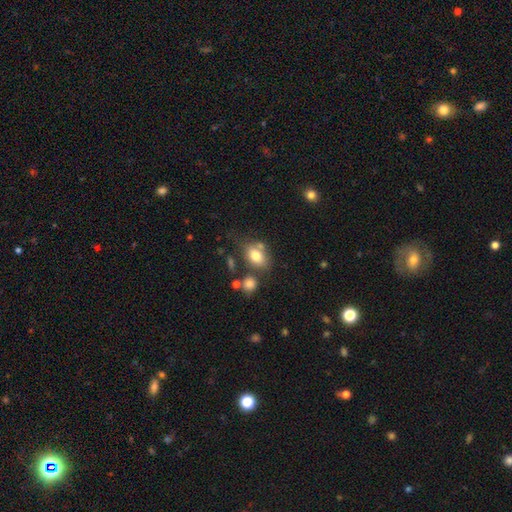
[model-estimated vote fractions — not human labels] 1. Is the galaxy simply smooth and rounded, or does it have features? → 77% smooth, 14% featured or disk, 9% star or artifact.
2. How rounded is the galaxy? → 74% in between, 24% round, 2% cigar-shaped.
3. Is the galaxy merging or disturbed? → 58% none, 18% minor disturbance, 17% merger, 7% major disturbance.